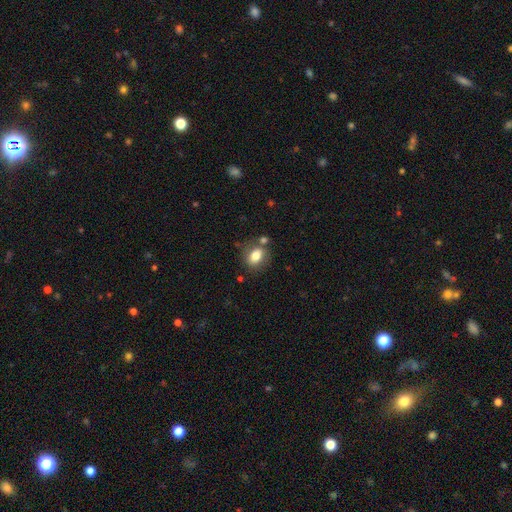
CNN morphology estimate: This is likely a smooth galaxy (79%). How rounded: likely in between (67%). Merging: likely none (67%).